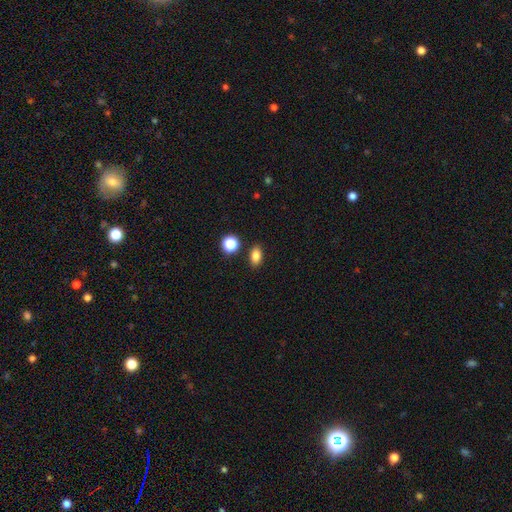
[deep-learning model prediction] Smooth or featured?
  - smooth: 83% *
  - star or artifact: 11%
  - featured or disk: 6%
How rounded?
  - in between: 82% *
  - round: 15%
  - cigar-shaped: 3%
Merging?
  - none: 86% *
  - minor disturbance: 8%
  - merger: 4%
  - major disturbance: 2%